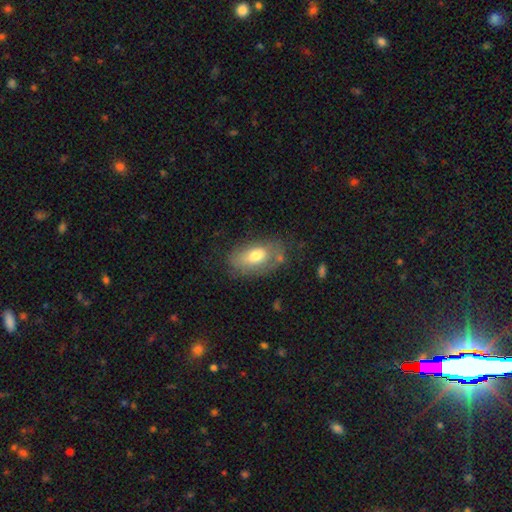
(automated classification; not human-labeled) smooth 68%, featured or disk 25%, star or artifact 8%. Down the decision tree: how rounded — in between (90%); merging — none (61%).